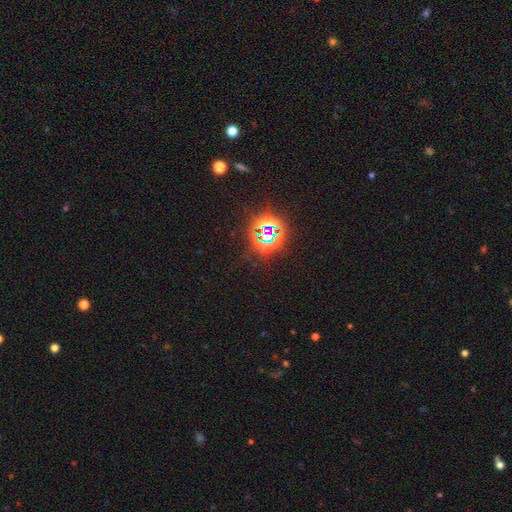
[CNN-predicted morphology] This appears to be a star or artifact, not a galaxy (69%).